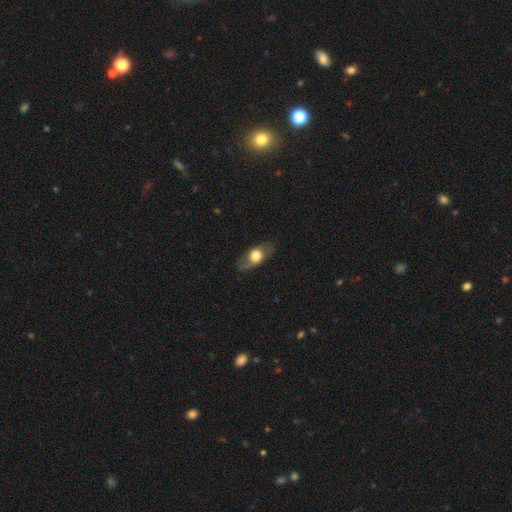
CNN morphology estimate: Smooth or featured?
  - smooth: 49% *
  - featured or disk: 45%
  - star or artifact: 7%
Merging?
  - none: 79% *
  - minor disturbance: 14%
  - major disturbance: 5%
  - merger: 1%